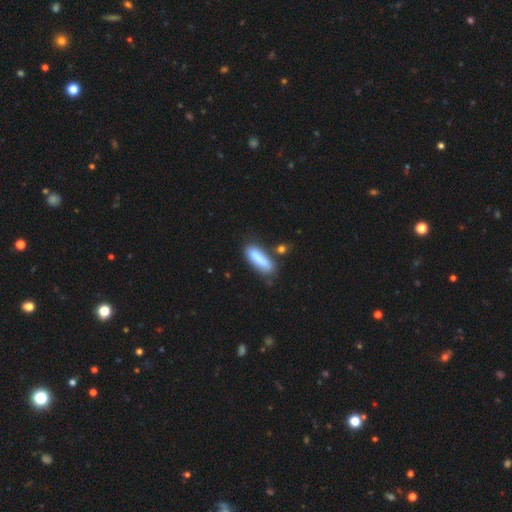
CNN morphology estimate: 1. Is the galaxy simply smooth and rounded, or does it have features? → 80% smooth, 13% featured or disk, 7% star or artifact.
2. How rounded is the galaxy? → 58% cigar-shaped, 40% in between, 2% round.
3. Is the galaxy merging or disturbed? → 61% none, 21% minor disturbance, 12% merger, 6% major disturbance.